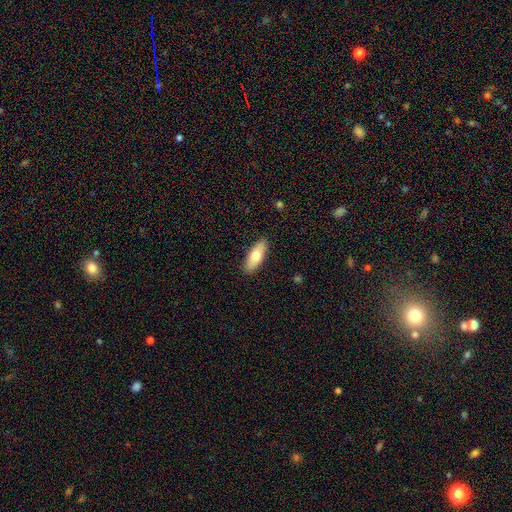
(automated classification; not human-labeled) Smooth or featured?
  - smooth: 72% *
  - featured or disk: 22%
  - star or artifact: 6%
How rounded?
  - in between: 73% *
  - cigar-shaped: 25%
  - round: 2%
Merging?
  - none: 89% *
  - minor disturbance: 8%
  - major disturbance: 2%
  - merger: 1%